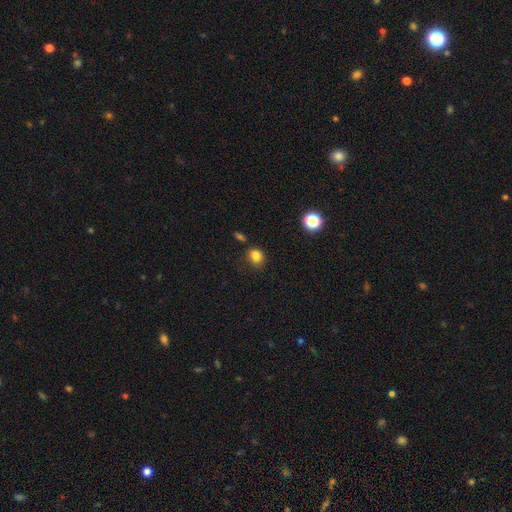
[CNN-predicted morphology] Smooth or featured: smooth — 83% (star or artifact — 12%)
How rounded: round — 58% (in between — 40%)
Merging: none — 72% (minor disturbance — 19%)